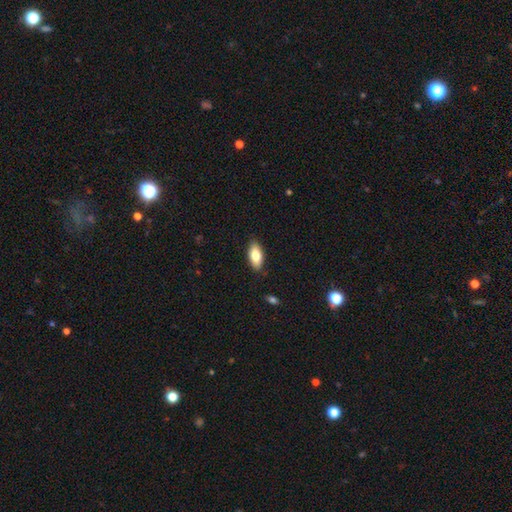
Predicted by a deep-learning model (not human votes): Morphology: type=smooth (80%); roundness=in between (89%); merging=none (87%).